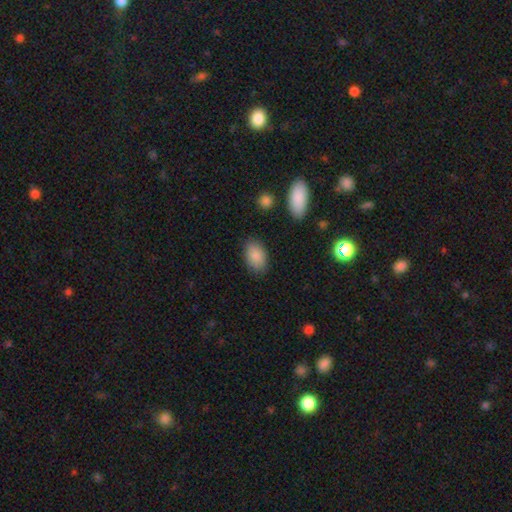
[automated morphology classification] Smooth or featured: smooth — 87% (star or artifact — 7%)
How rounded: in between — 90% (round — 9%)
Merging: none — 84% (minor disturbance — 11%)